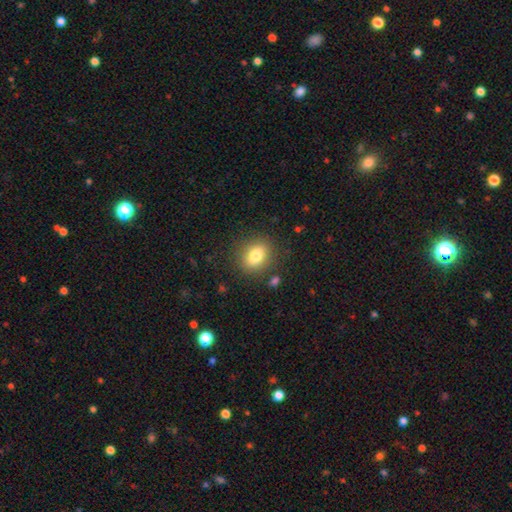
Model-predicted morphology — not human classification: Q: Smooth or featured?
A: smooth (80%); runner-up: star or artifact (10%)
Q: How rounded?
A: round (50%); runner-up: in between (49%)
Q: Merging?
A: none (85%); runner-up: minor disturbance (9%)